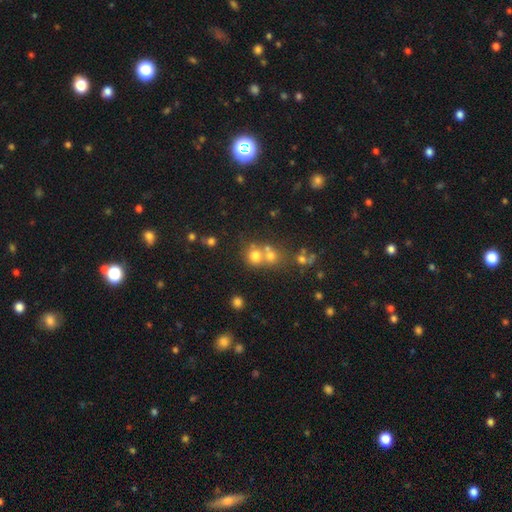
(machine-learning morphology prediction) The model was most divided on "merging": merger: 45%, none: 43%, minor disturbance: 8%, major disturbance: 4%. More confident: how rounded — round (81%); smooth or featured — smooth (70%).